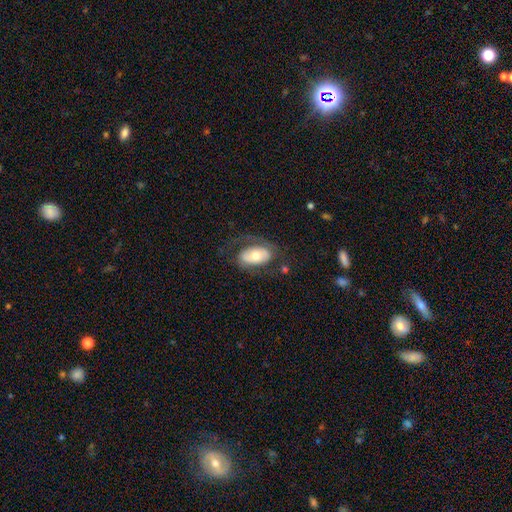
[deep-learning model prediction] This appears to be a smooth galaxy with no disk features (48%). Merging: none (60%).